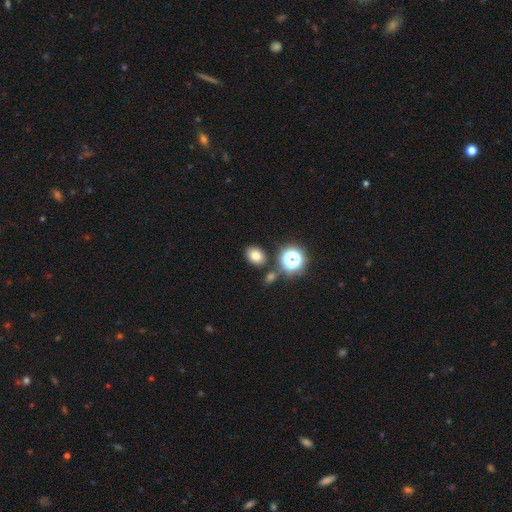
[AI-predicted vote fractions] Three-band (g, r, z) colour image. It shows a smooth galaxy with no disk features (76%) that is in between round and cigar-shaped (61%). Merging: none (81%).